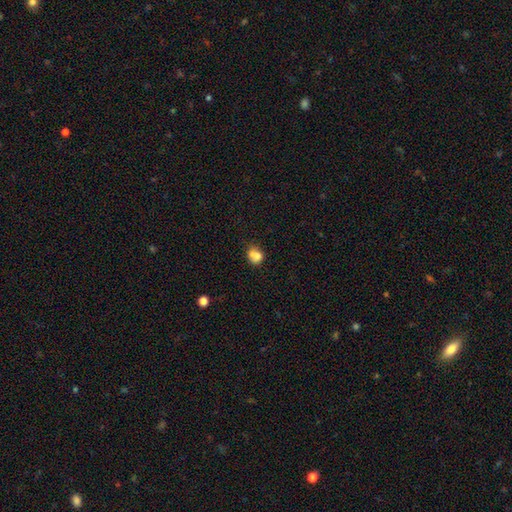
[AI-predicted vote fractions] Smooth or featured? Predicted: smooth (p=0.74). How rounded? Predicted: round (p=0.58). Merging? Predicted: merger (p=0.40).